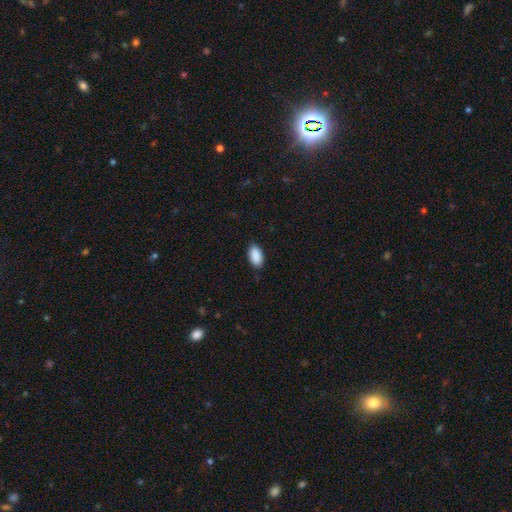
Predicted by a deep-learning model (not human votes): This is clearly a smooth galaxy (91%). How rounded: clearly in between (95%). Merging: clearly none (86%).